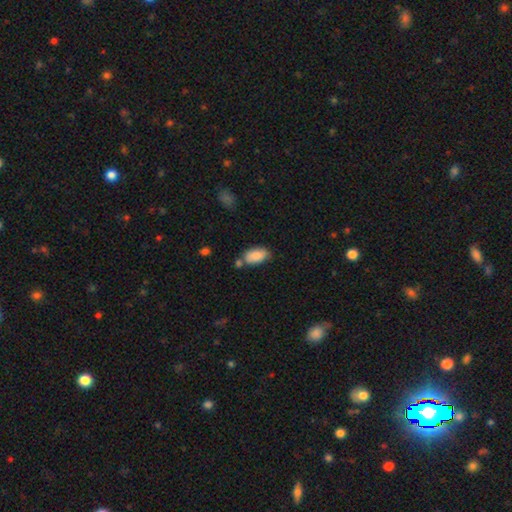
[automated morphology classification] The model was most divided on "merging": none: 59%, minor disturbance: 20%, merger: 16%, major disturbance: 5%. More confident: how rounded — in between (93%); smooth or featured — smooth (87%).